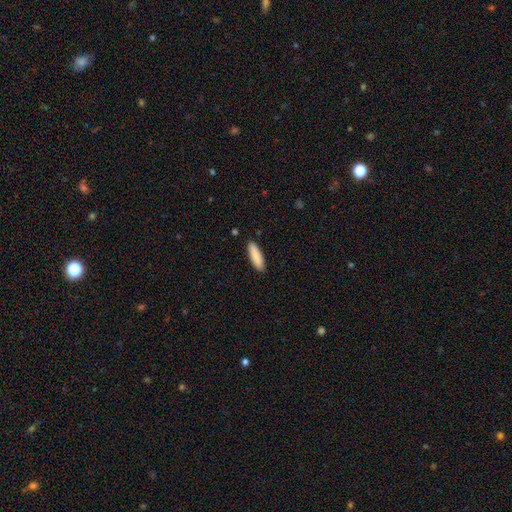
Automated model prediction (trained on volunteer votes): This is clearly a smooth galaxy (87%). How rounded: likely cigar-shaped (62%). Merging: clearly none (90%).